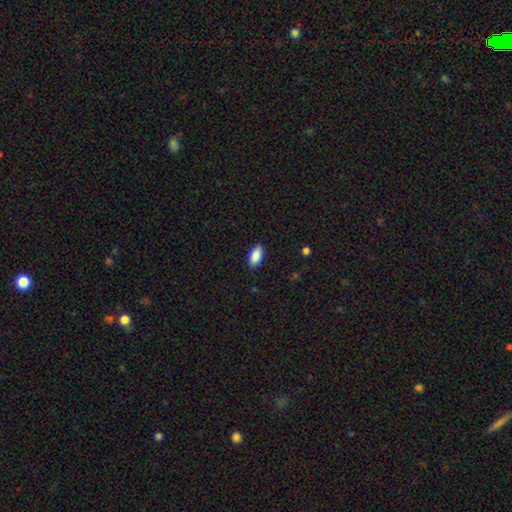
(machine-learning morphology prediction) type=smooth (89%); roundness=in between (92%); merging=none (88%).